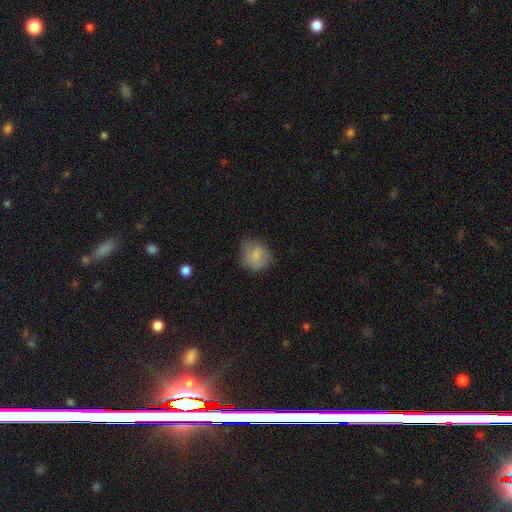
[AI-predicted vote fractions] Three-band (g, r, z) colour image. It shows a smooth galaxy with no disk features (75%) that is round (75%). Merging: none (65%).